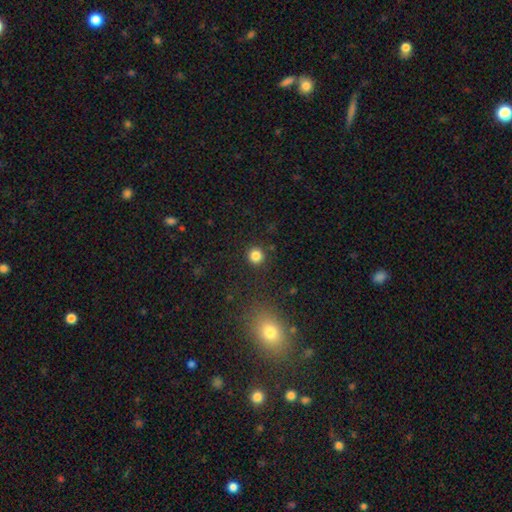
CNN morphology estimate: This appears to be a smooth galaxy with no disk features (84%) that is round (94%). Merging: none (91%).